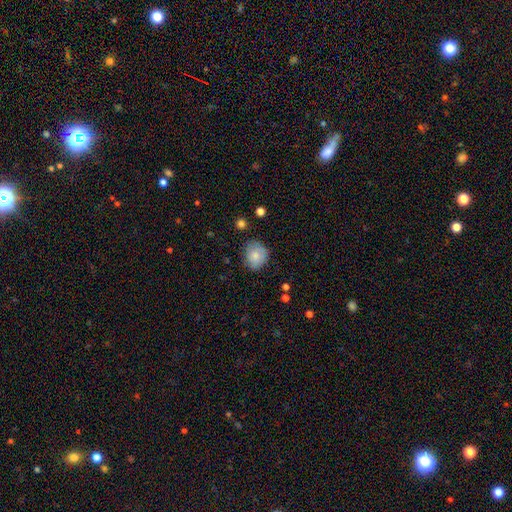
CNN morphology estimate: The model was most divided on "how rounded": round: 71%, in between: 28%, cigar-shaped: 1%. More confident: smooth or featured — smooth (79%); merging — none (71%).